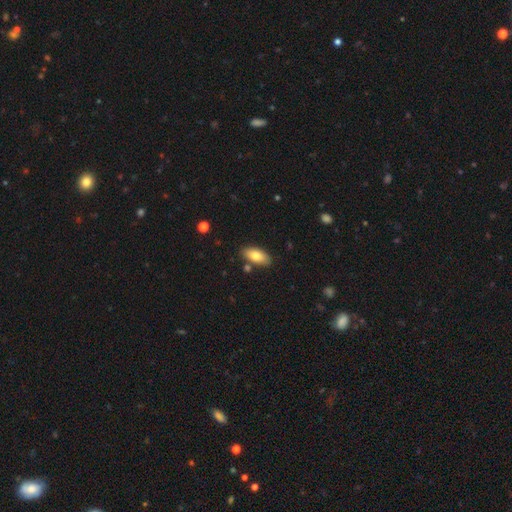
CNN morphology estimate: Smooth or featured?
  - smooth: 79% *
  - featured or disk: 15%
  - star or artifact: 7%
How rounded?
  - in between: 89% *
  - cigar-shaped: 9%
  - round: 2%
Merging?
  - none: 82% *
  - minor disturbance: 11%
  - merger: 5%
  - major disturbance: 2%